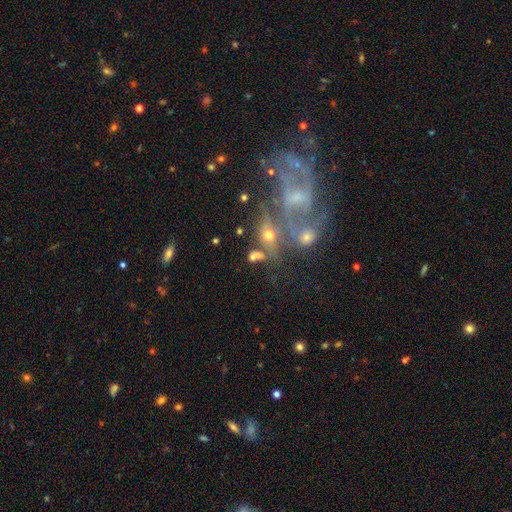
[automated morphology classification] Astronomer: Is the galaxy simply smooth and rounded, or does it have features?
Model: smooth — 52% (runner-up: featured or disk, 30%).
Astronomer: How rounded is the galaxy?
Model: in between — 61%.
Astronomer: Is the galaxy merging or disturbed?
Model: none — 37% (runner-up: merger, 35%).